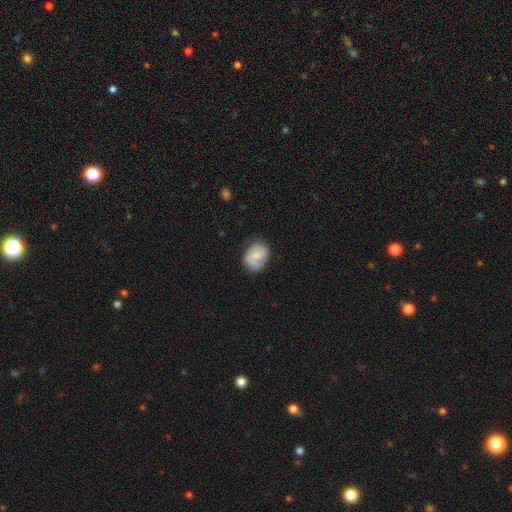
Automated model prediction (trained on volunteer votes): Smooth or featured? smooth (57%)
How rounded? in between (55%)
Merging? none (70%)